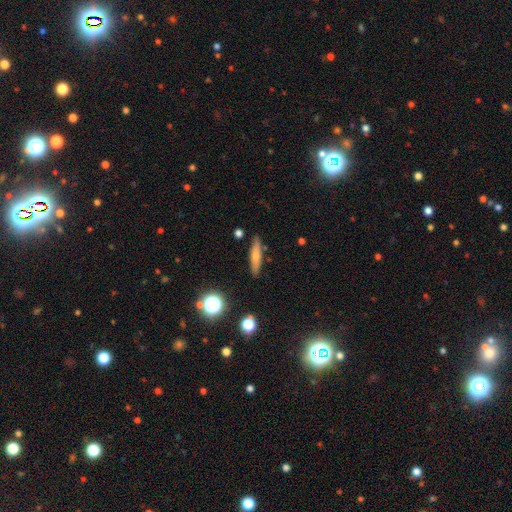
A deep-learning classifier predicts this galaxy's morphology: Smooth or featured?
  - smooth: 63% *
  - featured or disk: 28%
  - star or artifact: 9%
How rounded?
  - cigar-shaped: 83% *
  - in between: 13%
  - round: 3%
Merging?
  - none: 87% *
  - minor disturbance: 9%
  - major disturbance: 2%
  - merger: 2%